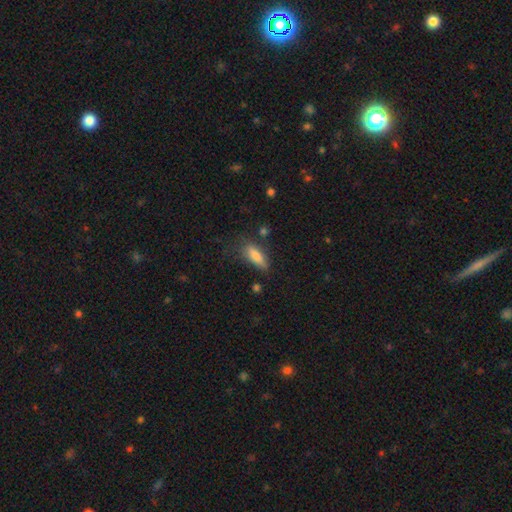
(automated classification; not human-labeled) A smooth galaxy with no disk features (81%) that is in between round and cigar-shaped (64%). Merging: none (65%).